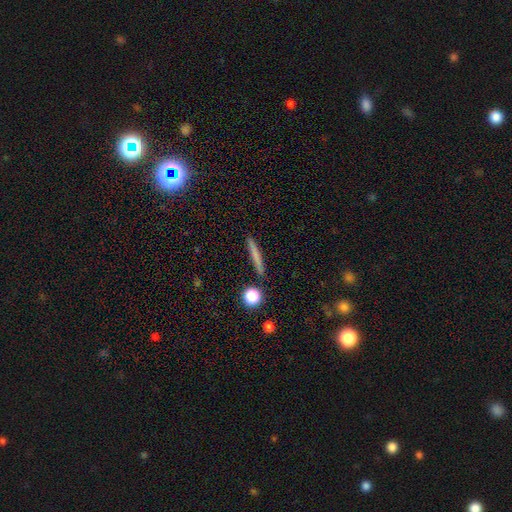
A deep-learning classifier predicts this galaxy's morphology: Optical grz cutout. It shows a smooth galaxy with no disk features (68%) that is cigar-shaped (94%). Merging: none (90%).